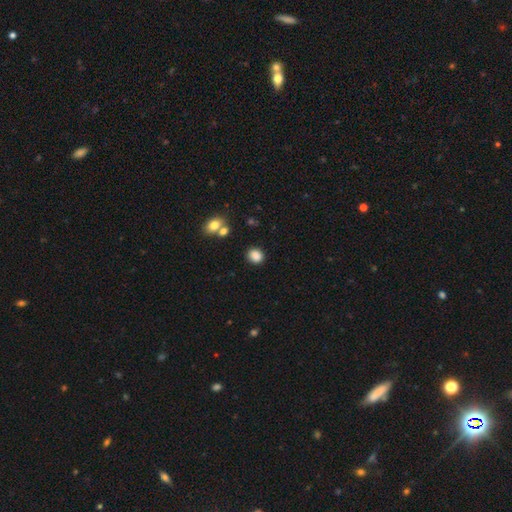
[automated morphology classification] The model was most divided on "how rounded": round: 57%, in between: 42%, cigar-shaped: 1%. More confident: smooth or featured — smooth (87%); merging — none (82%).